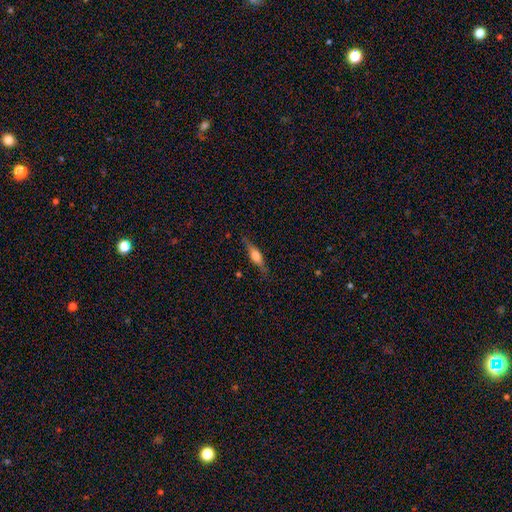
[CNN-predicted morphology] smooth_or_featured: featured or disk (p=0.52) [alt: smooth p=0.41]
disk_edge_on: yes (p=0.94) [alt: no p=0.06]
merging: none (p=0.82) [alt: minor disturbance p=0.13]